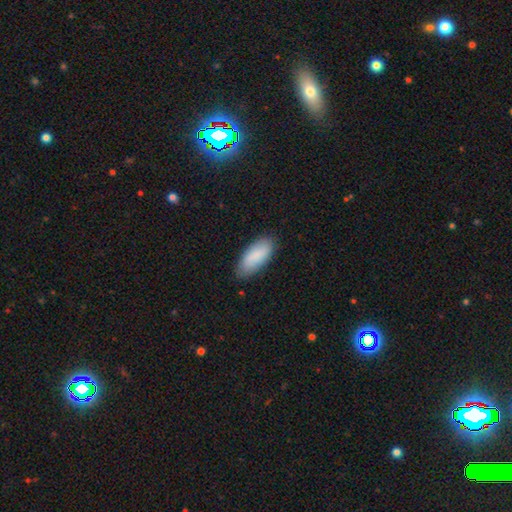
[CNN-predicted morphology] The model was most divided on "merging": none: 82%, minor disturbance: 14%, major disturbance: 3%, merger: 1%. More confident: smooth or featured — smooth (87%); how rounded — in between (83%).